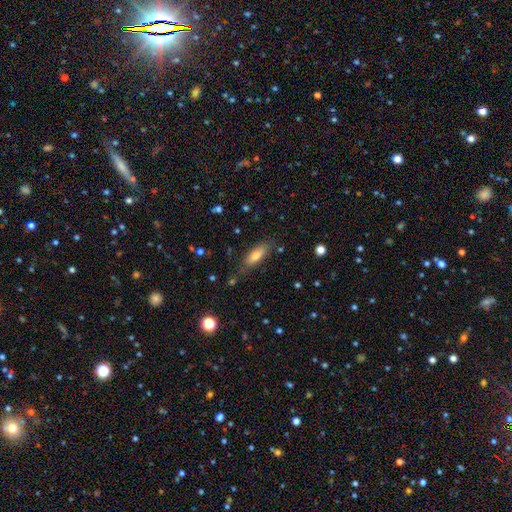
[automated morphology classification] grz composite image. It shows a smooth galaxy with no disk features (73%) that is in between round and cigar-shaped (63%). Merging: none (73%).